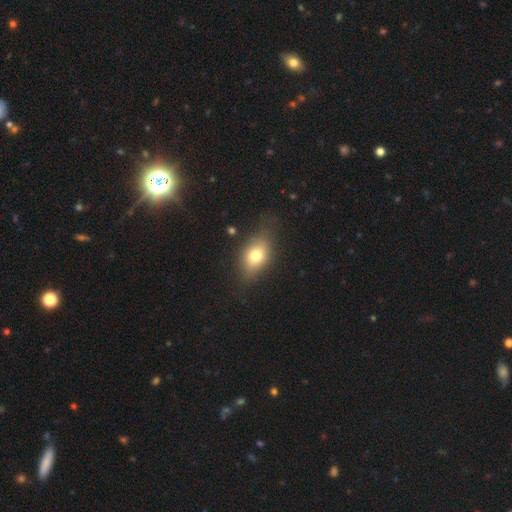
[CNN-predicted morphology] smooth 74%, featured or disk 16%, star or artifact 10%. Down the decision tree: how rounded — in between (78%); merging — none (70%).